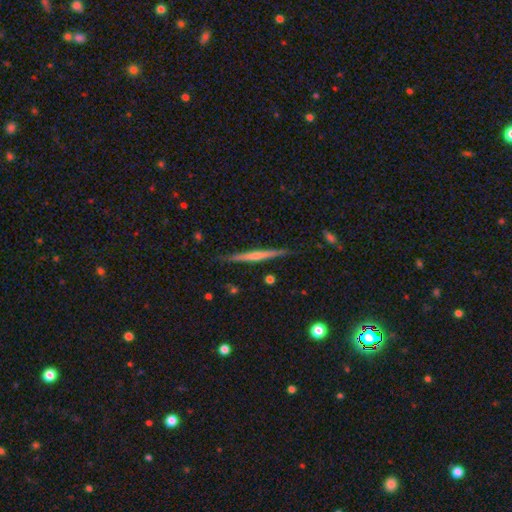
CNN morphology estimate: featured or disk 61%, smooth 33%, star or artifact 6%. Down the decision tree: edge-on disk — yes (98%); edge-on bulge — none (52%); merging — none (88%).